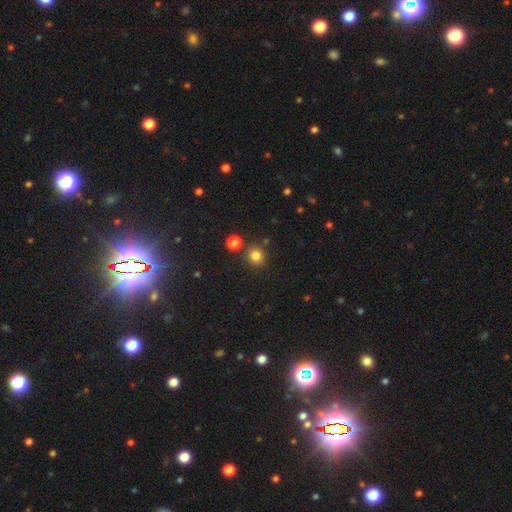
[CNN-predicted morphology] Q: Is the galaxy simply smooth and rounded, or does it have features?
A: smooth — 81%.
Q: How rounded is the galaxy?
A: round — 88%.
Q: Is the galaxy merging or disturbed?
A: none — 81%.